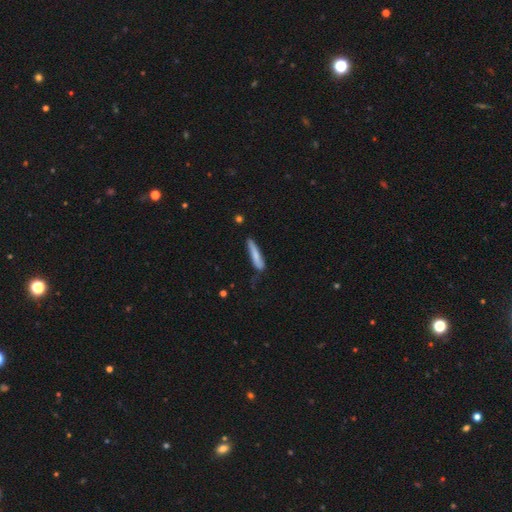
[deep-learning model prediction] This is likely a smooth galaxy (74%). How rounded: clearly cigar-shaped (90%). Merging: likely none (66%).